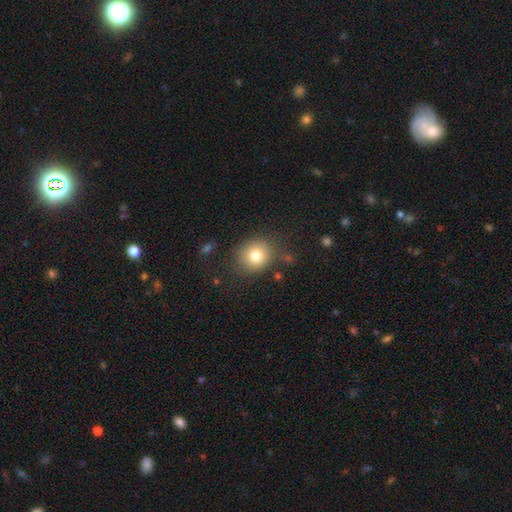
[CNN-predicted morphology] A smooth galaxy with no disk features (78%) that is round (79%).

Vote fractions:
- Smooth or featured? smooth: 78% / star or artifact: 11% / featured or disk: 11%
- How rounded? round: 79% / in between: 20% / cigar-shaped: 1%
- Merging? none: 81% / minor disturbance: 12% / major disturbance: 5% / merger: 3%